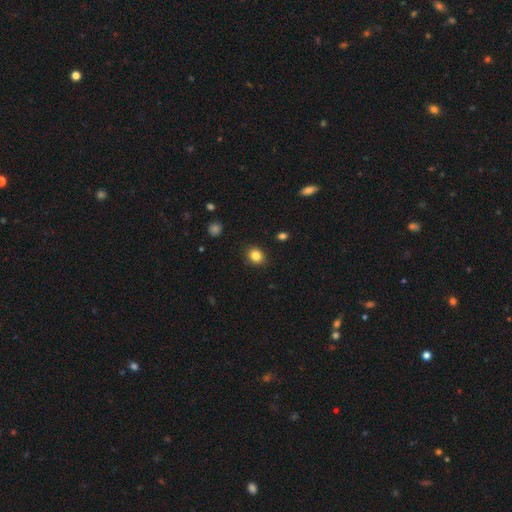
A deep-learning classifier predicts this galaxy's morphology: Overall: smooth (84%). How rounded: round (63%; in between 36%). Merging: none (89%).